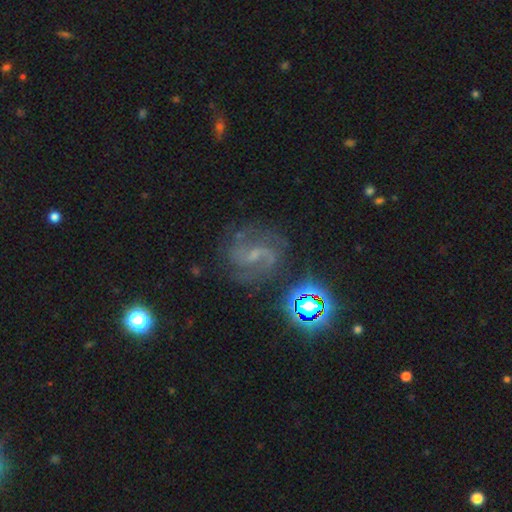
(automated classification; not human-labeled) The model was most divided on "bar": weak: 52%, strong: 28%, no: 21%. More confident: edge-on disk — no (97%); spiral arms — yes (95%); merging — none (77%); smooth or featured — featured or disk (73%); spiral arm count — 2 (72%); bulge size — small (69%); spiral winding — medium (52%).